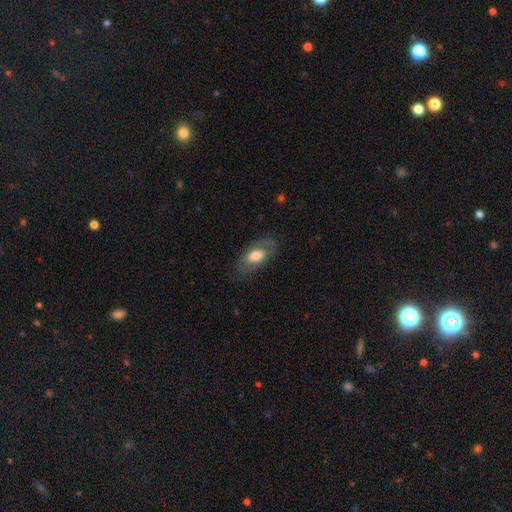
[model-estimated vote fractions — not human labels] A smooth galaxy with no disk features (52%) that is in between round and cigar-shaped (90%).

Vote fractions:
- Smooth or featured? smooth: 52% / featured or disk: 42% / star or artifact: 6%
- How rounded? in between: 90% / round: 6% / cigar-shaped: 5%
- Merging? none: 76% / minor disturbance: 16% / major disturbance: 7% / merger: 1%